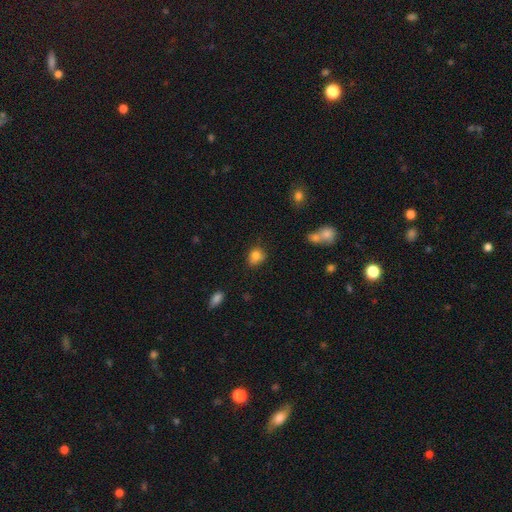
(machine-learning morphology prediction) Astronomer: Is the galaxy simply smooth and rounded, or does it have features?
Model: smooth — 81%.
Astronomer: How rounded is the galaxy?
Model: round — 57% (runner-up: in between, 41%).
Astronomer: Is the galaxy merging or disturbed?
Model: none — 67%.